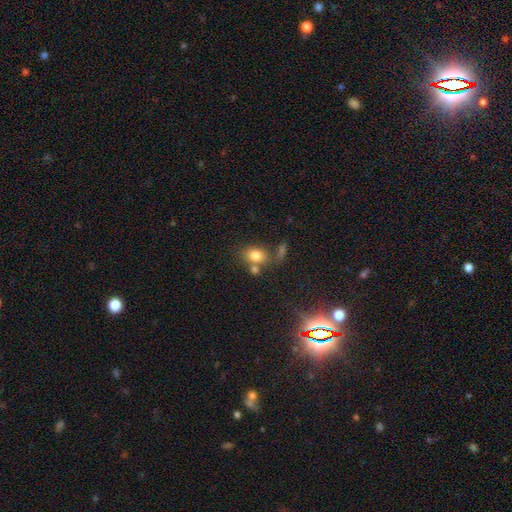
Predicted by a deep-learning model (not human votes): A smooth galaxy with no disk features (80%) that is in between round and cigar-shaped (71%). Merging: none (55%).